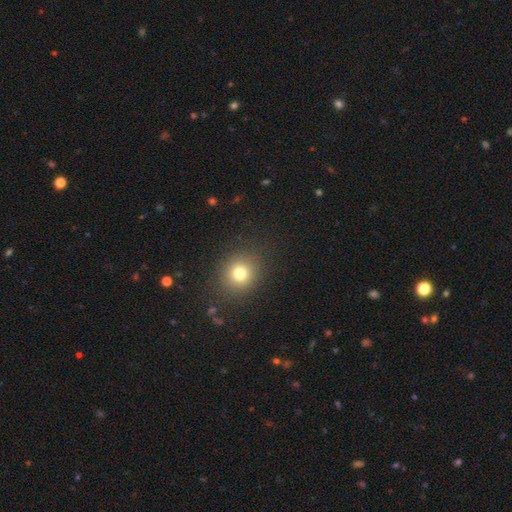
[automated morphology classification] Smooth or featured: smooth — 70% (star or artifact — 23%)
How rounded: round — 78% (in between — 21%)
Merging: none — 89% (minor disturbance — 7%)